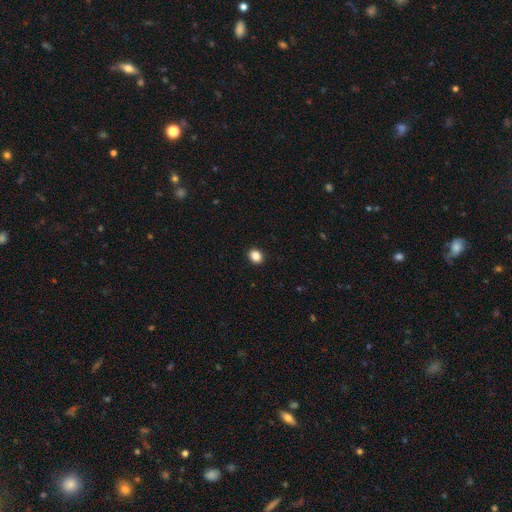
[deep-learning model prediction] smooth_or_featured: smooth (p=0.87) [alt: star or artifact p=0.10]
how_rounded: round (p=0.51) [alt: in between p=0.48]
merging: none (p=0.92) [alt: minor disturbance p=0.06]